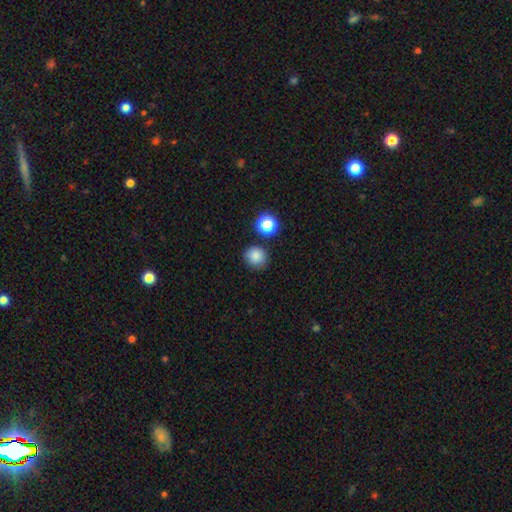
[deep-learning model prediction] Smooth or featured? smooth (83%)
How rounded? round (82%)
Merging? none (81%)